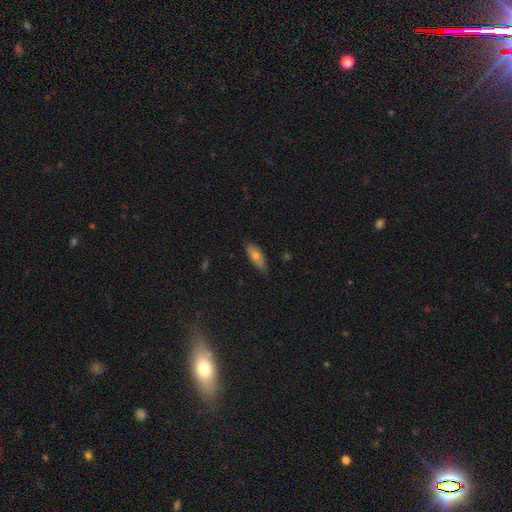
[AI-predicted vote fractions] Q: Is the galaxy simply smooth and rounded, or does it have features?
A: smooth — 68%.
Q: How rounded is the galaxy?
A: in between — 65%.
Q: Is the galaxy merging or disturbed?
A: none — 83%.